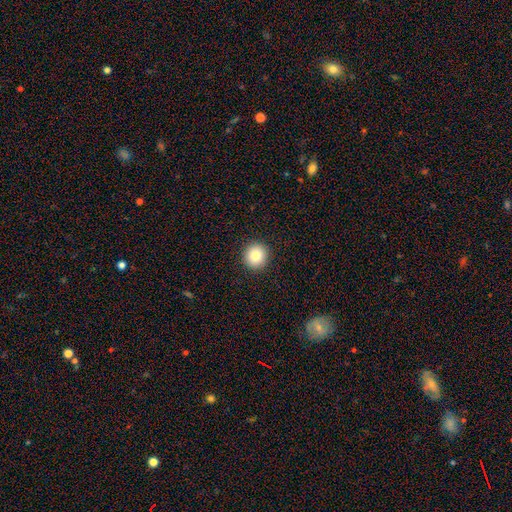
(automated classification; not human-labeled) Overall: smooth (85%). How rounded: round (94%). Merging: none (93%).